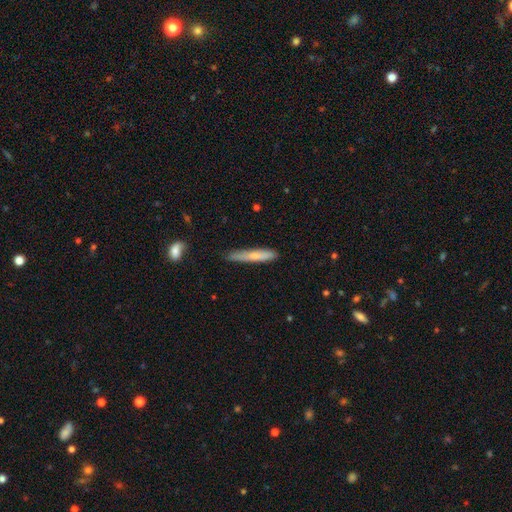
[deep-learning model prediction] smooth-or-featured: smooth: 65% | featured or disk: 29% | star or artifact: 6%
  how-rounded: cigar-shaped: 92% | in between: 7% | round: 1%
  merging: none: 75% | minor disturbance: 20% | major disturbance: 3% | merger: 2%